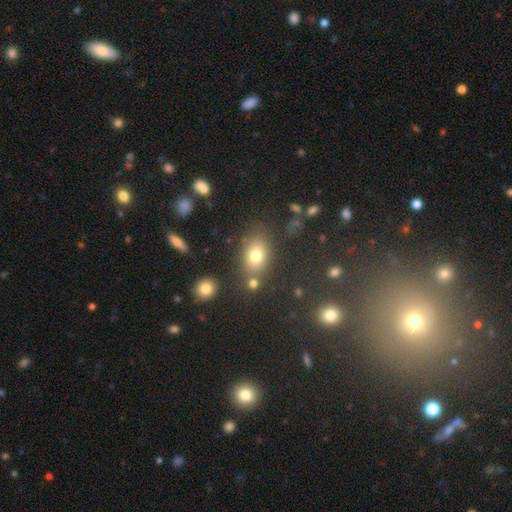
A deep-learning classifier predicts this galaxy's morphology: Smooth or featured? Predicted: smooth (p=0.75). How rounded? Predicted: in between (p=0.68). Merging? Predicted: none (p=0.70).